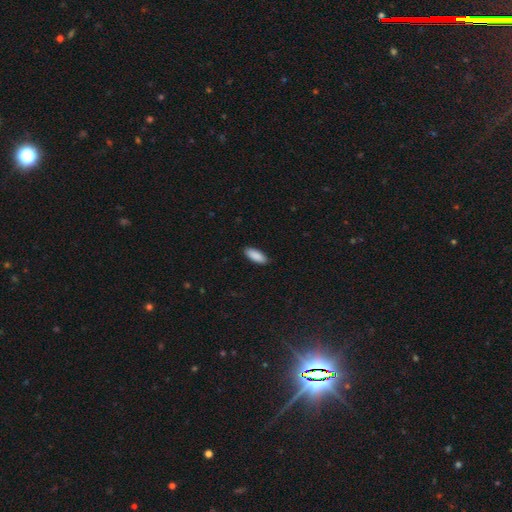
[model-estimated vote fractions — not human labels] Smooth or featured? Predicted: smooth (p=0.90). How rounded? Predicted: in between (p=0.79). Merging? Predicted: none (p=0.89).